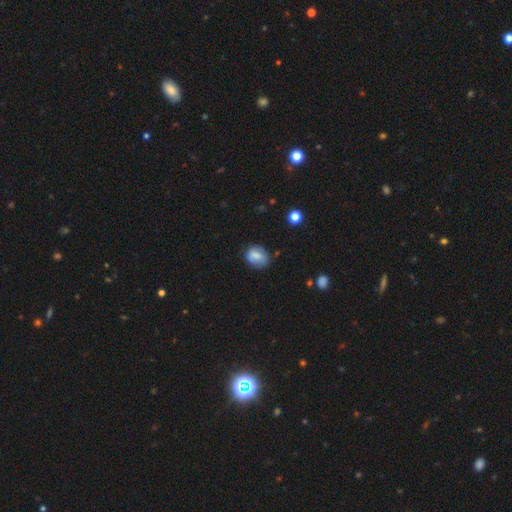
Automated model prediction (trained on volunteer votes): Smooth or featured? smooth (78%)
How rounded? in between (60%)
Merging? none (62%)